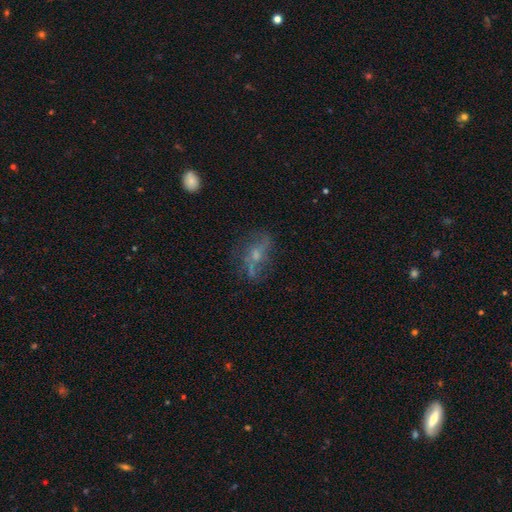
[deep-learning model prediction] Q: Smooth or featured?
A: featured or disk (60%); runner-up: smooth (25%)
Q: Edge-on disk?
A: no (90%); runner-up: yes (10%)
Q: Bar?
A: no (60%); runner-up: weak (30%)
Q: Spiral arms?
A: yes (60%); runner-up: no (40%)
Q: Bulge size?
A: small (52%); runner-up: moderate (33%)
Q: Merging?
A: none (57%); runner-up: minor disturbance (21%)